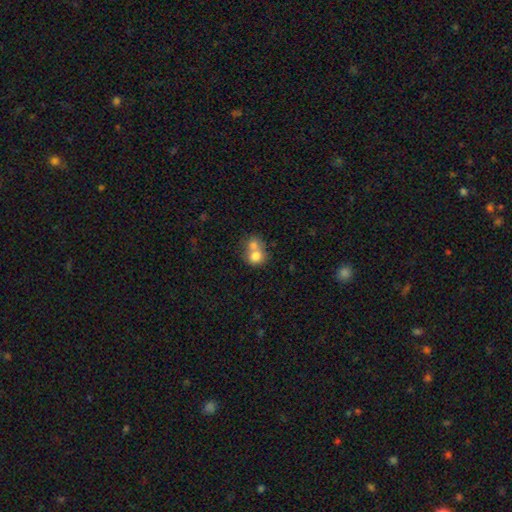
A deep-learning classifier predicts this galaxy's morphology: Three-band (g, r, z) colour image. It shows a smooth galaxy with no disk features (73%) that is round (69%). Merging: merger (66%).